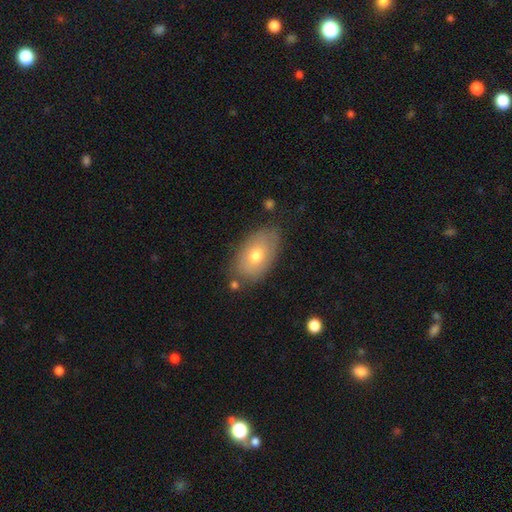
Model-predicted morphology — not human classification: smooth-or-featured: smooth: 68% | featured or disk: 25% | star or artifact: 7%
  how-rounded: in between: 91% | round: 7% | cigar-shaped: 2%
  merging: none: 74% | minor disturbance: 18% | major disturbance: 4% | merger: 4%